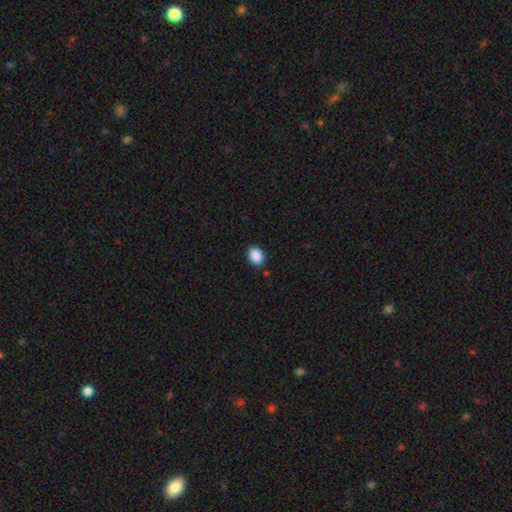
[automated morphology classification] A smooth galaxy with no disk features (89%) that is in between round and cigar-shaped (63%). Merging: none (88%).